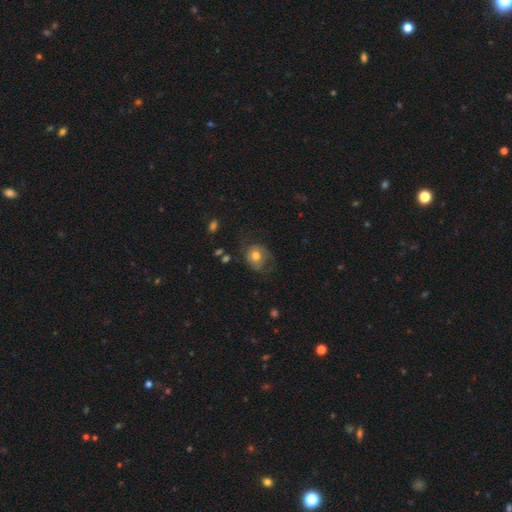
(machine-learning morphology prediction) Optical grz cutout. It shows a smooth galaxy with no disk features (55%) that is round (62%). Merging: none (47%).